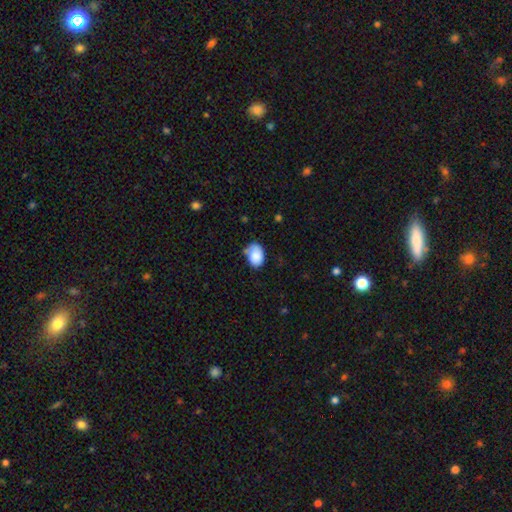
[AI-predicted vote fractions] Q: Smooth or featured?
A: smooth (85%); runner-up: featured or disk (8%)
Q: How rounded?
A: in between (79%); runner-up: round (20%)
Q: Merging?
A: none (52%); runner-up: minor disturbance (34%)